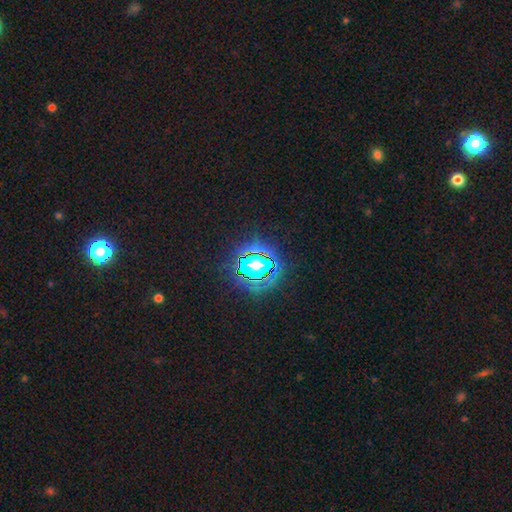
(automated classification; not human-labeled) Smooth or featured? star or artifact (81%)